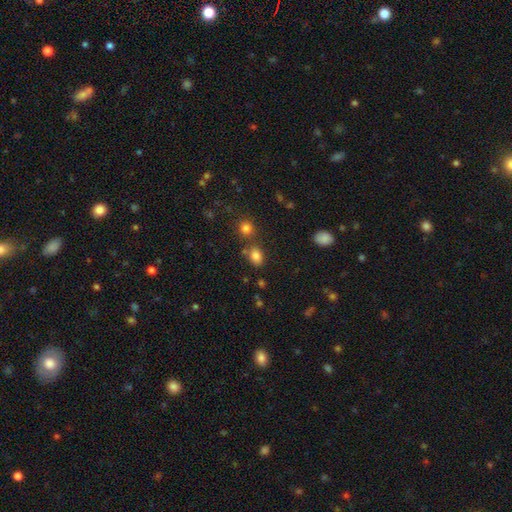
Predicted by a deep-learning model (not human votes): A smooth galaxy with no disk features (82%) that is in between round and cigar-shaped (70%).

Vote fractions:
- Smooth or featured? smooth: 82% / star or artifact: 12% / featured or disk: 6%
- How rounded? in between: 70% / round: 29% / cigar-shaped: 1%
- Merging? none: 68% / merger: 15% / minor disturbance: 13% / major disturbance: 4%